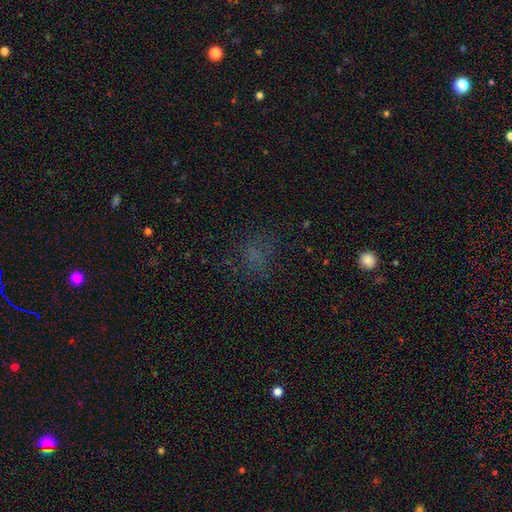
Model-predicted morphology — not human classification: The model was most divided on "how rounded": round: 56%, in between: 41%, cigar-shaped: 2%. More confident: merging — none (66%); smooth or featured — smooth (53%).